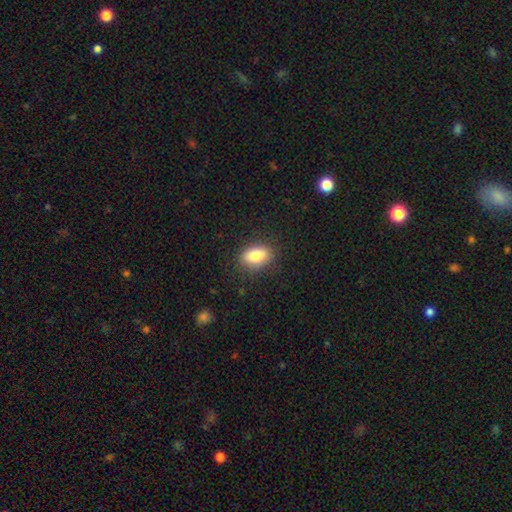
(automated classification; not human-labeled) This appears to be a smooth galaxy with no disk features (84%) that is in between round and cigar-shaped (87%). Merging: none (83%).